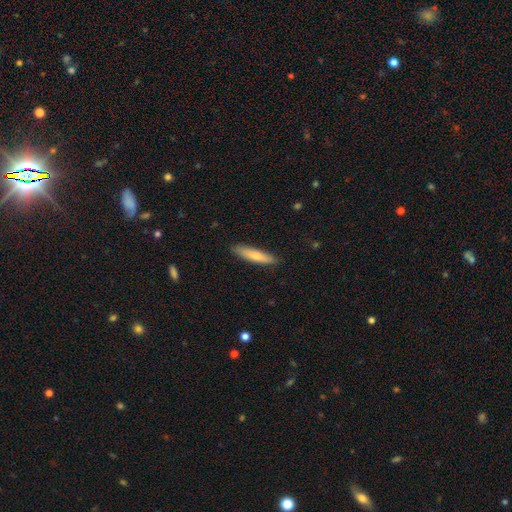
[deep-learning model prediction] smooth 75%, featured or disk 19%, star or artifact 5%. Down the decision tree: how rounded — cigar-shaped (81%); merging — none (86%).